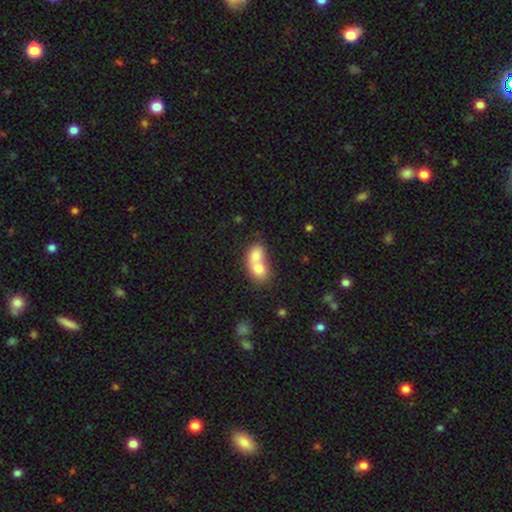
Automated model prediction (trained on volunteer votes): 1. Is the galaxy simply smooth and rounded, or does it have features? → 73% smooth, 20% featured or disk, 8% star or artifact.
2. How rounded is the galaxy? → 64% in between, 34% round, 2% cigar-shaped.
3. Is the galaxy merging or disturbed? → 80% merger, 13% none, 5% minor disturbance, 3% major disturbance.